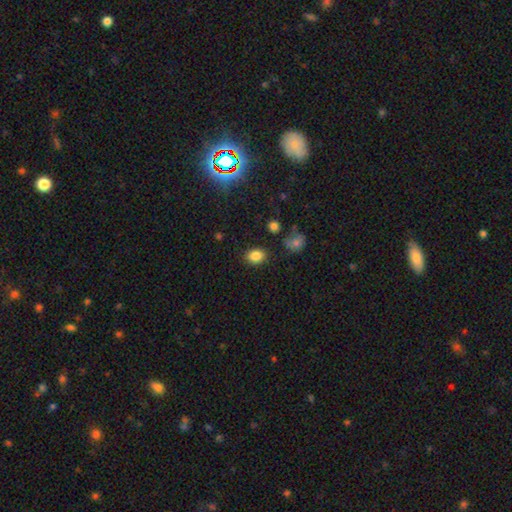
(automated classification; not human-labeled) A smooth galaxy with no disk features (84%) that is in between round and cigar-shaped (57%). Merging: none (84%).